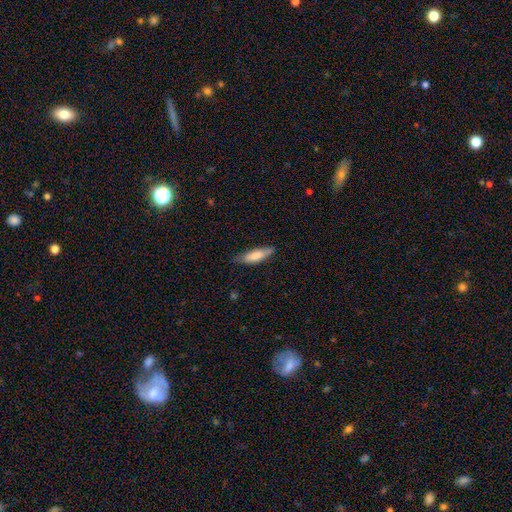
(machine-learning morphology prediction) The model was most divided on "how rounded": cigar-shaped: 59%, in between: 39%, round: 2%. More confident: merging — none (75%); smooth or featured — smooth (74%).